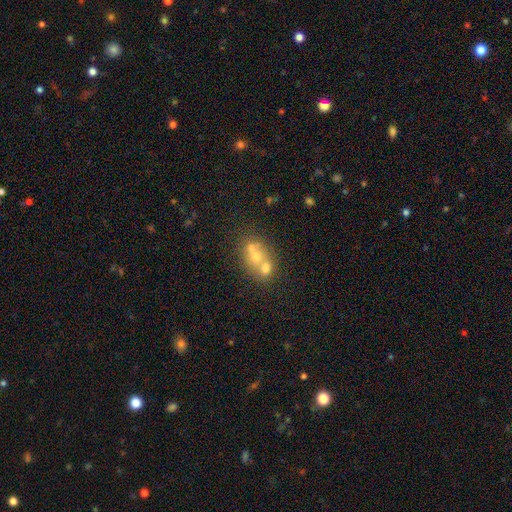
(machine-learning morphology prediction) Smooth or featured? Predicted: smooth (p=0.51). How rounded? Predicted: round (p=0.63). Merging? Predicted: merger (p=0.58).